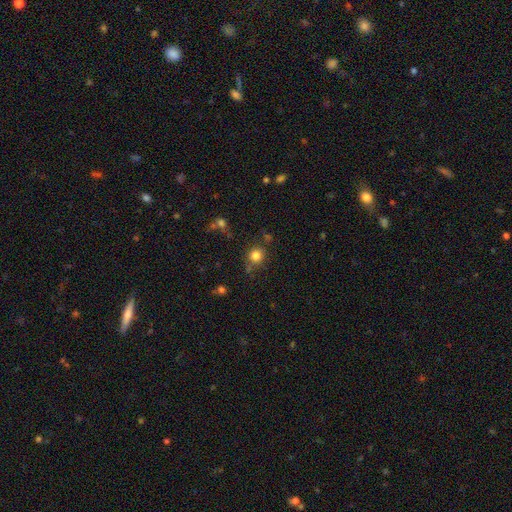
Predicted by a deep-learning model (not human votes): Smooth or featured?
  - smooth: 81% *
  - star or artifact: 13%
  - featured or disk: 6%
How rounded?
  - round: 89% *
  - in between: 11%
  - cigar-shaped: 1%
Merging?
  - none: 75% *
  - minor disturbance: 13%
  - merger: 6%
  - major disturbance: 5%